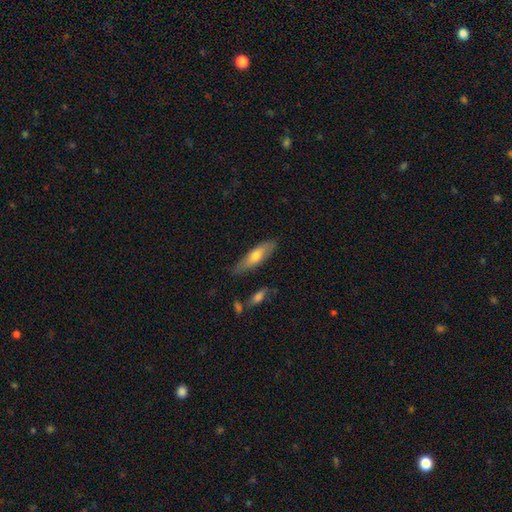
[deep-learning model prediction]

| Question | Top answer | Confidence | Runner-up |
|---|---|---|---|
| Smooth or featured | smooth | 58% | featured or disk (36%) |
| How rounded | cigar-shaped | 61% | in between (37%) |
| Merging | none | 78% | minor disturbance (16%) |